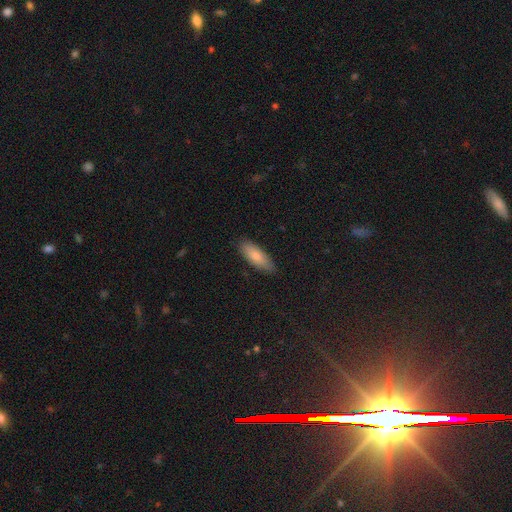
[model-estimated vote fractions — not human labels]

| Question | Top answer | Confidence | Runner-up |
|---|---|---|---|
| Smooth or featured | smooth | 81% | featured or disk (13%) |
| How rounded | in between | 70% | cigar-shaped (28%) |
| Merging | none | 85% | minor disturbance (12%) |